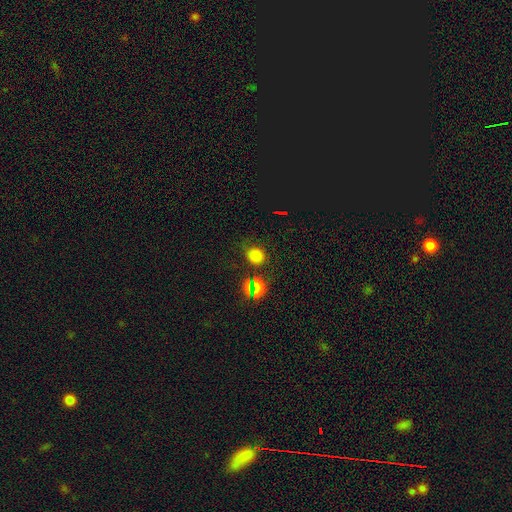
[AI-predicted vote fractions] smooth-or-featured: smooth: 69% | star or artifact: 25% | featured or disk: 6%
  how-rounded: round: 70% | in between: 28% | cigar-shaped: 1%
  merging: none: 75% | minor disturbance: 15% | major disturbance: 6% | merger: 4%